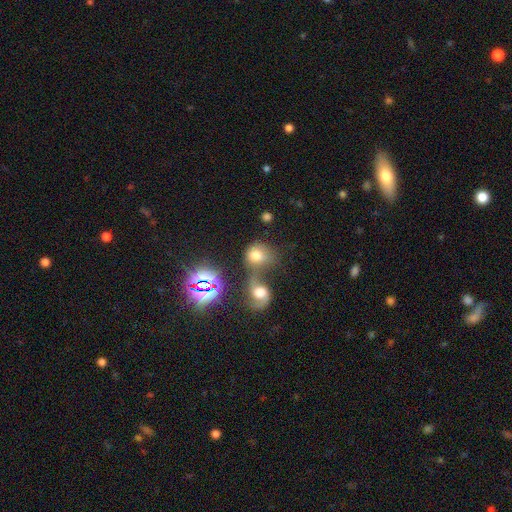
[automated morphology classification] Smooth or featured: smooth — 62% (featured or disk — 22%)
How rounded: round — 65% (in between — 34%)
Merging: merger — 54% (none — 27%)